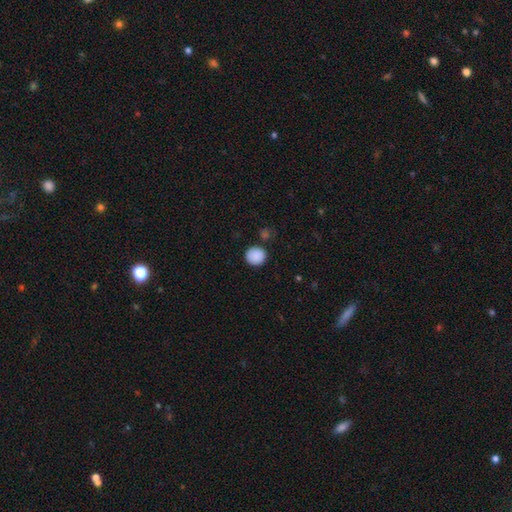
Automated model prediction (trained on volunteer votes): Smooth or featured: smooth — 89% (star or artifact — 9%)
How rounded: round — 86% (in between — 13%)
Merging: none — 86% (minor disturbance — 9%)